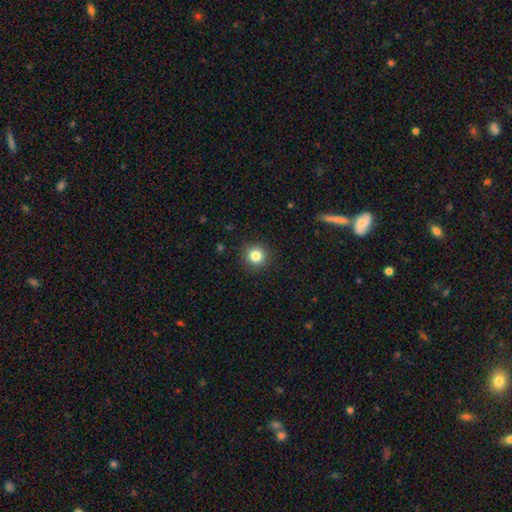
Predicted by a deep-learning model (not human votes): Morphology: type=smooth (82%); roundness=round (94%); merging=none (91%).